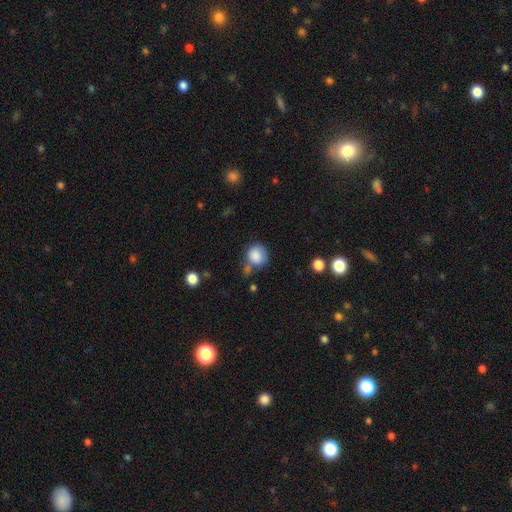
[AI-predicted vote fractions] This is clearly a smooth galaxy (85%). How rounded: clearly round (84%). Merging: possibly none (57%).